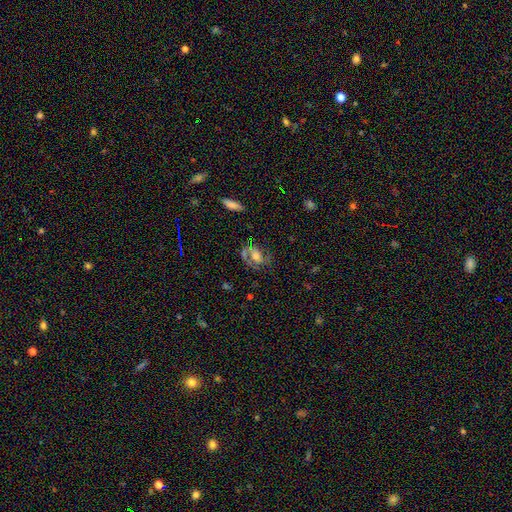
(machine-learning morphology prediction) Smooth or featured?
  - featured or disk: 64% *
  - smooth: 26%
  - star or artifact: 11%
Edge-on disk?
  - no: 95% *
  - yes: 5%
Bar?
  - no: 66% *
  - weak: 25%
  - strong: 8%
Spiral arms?
  - yes: 78% *
  - no: 22%
Bulge size?
  - moderate: 51% *
  - large: 24%
  - small: 18%
  - none: 5%
  - dominant: 3%
Merging?
  - none: 55% *
  - minor disturbance: 20%
  - major disturbance: 17%
  - merger: 7%